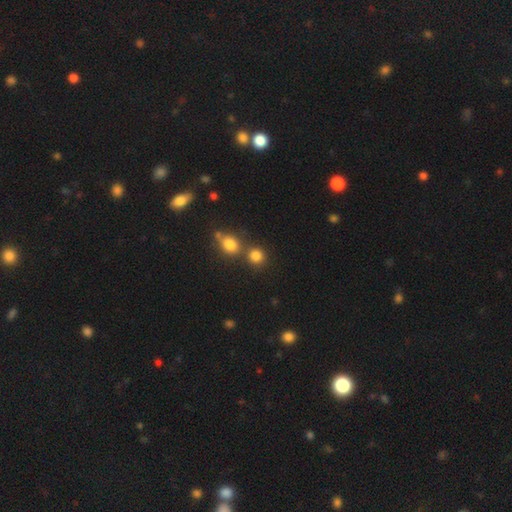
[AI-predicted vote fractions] Smooth or featured? Predicted: smooth (p=0.81). How rounded? Predicted: round (p=0.85). Merging? Predicted: none (p=0.61).